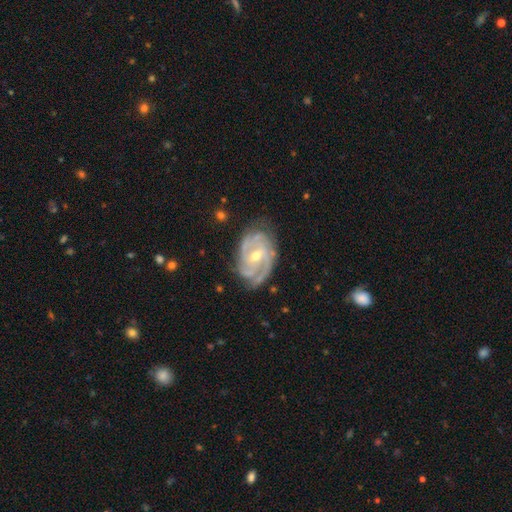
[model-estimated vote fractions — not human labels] Smooth or featured? featured or disk (90%)
Edge-on disk? no (97%)
Bar? no (45%)
Spiral arms? yes (97%)
Spiral winding? tight (62%)
Spiral arm count? 3 (35%)
Bulge size? moderate (53%)
Merging? none (71%)